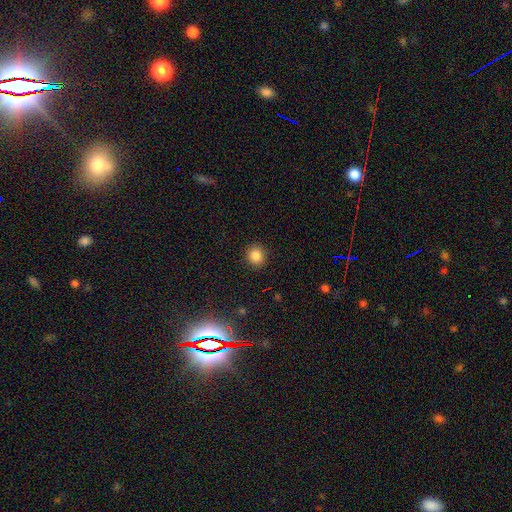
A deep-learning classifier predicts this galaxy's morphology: This appears to be a smooth galaxy with no disk features (84%) that is round (85%). Merging: none (90%).